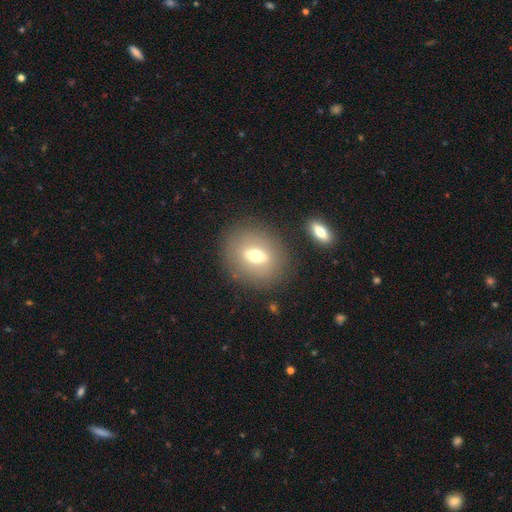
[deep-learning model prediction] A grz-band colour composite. It shows a smooth galaxy with no disk features (54%) that is round (51%). Merging: none (82%).